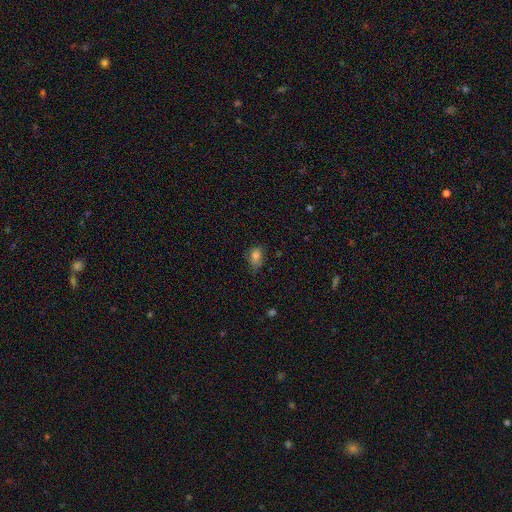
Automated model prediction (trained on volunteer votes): Smooth or featured: smooth — 76% (star or artifact — 12%)
How rounded: in between — 69% (round — 29%)
Merging: none — 55% (minor disturbance — 32%)